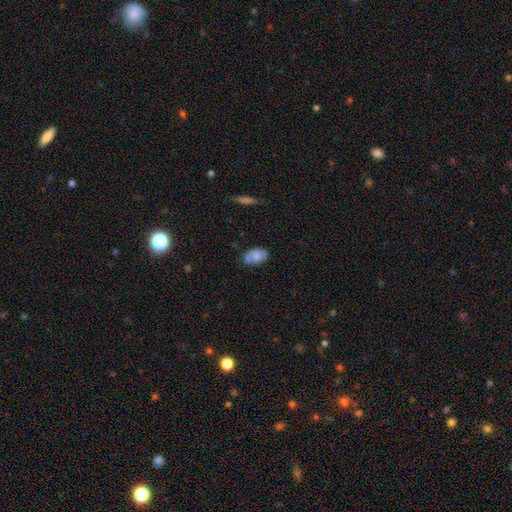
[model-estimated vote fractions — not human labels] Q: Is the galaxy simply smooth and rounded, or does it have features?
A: smooth — 62%.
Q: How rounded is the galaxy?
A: in between — 89%.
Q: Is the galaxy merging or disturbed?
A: none — 62%.